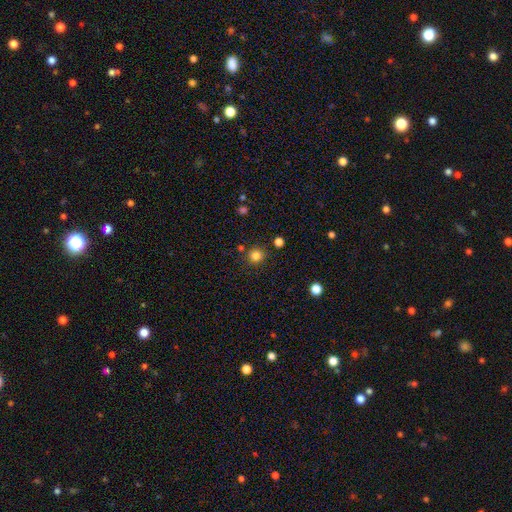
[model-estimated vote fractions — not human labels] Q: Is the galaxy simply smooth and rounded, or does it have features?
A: smooth — 82%.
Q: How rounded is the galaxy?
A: round — 92%.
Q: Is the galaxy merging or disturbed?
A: none — 86%.